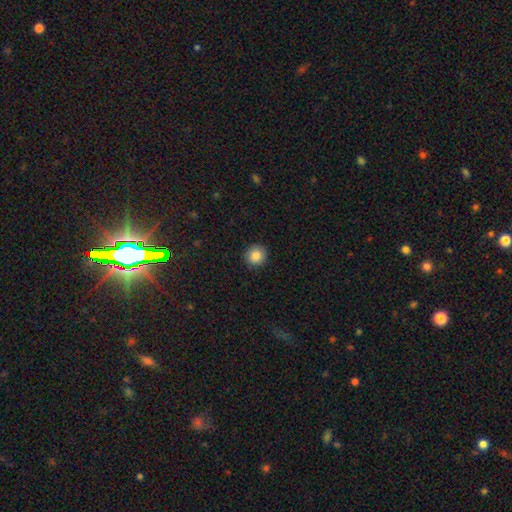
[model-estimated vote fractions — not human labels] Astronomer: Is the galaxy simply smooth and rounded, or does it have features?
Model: smooth — 86%.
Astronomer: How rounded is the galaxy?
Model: round — 94%.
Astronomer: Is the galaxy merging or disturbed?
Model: none — 91%.